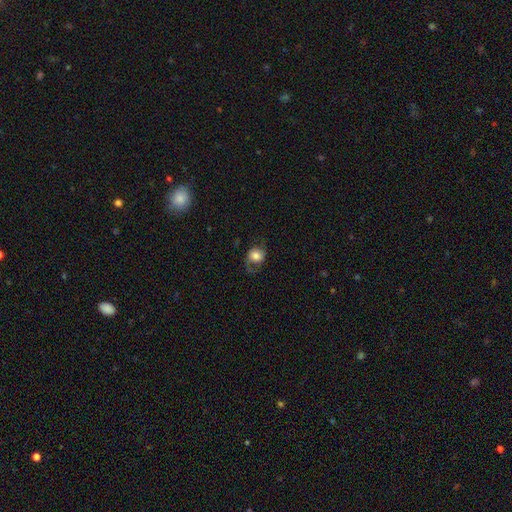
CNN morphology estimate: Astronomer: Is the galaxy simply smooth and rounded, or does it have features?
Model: smooth — 57% (runner-up: featured or disk, 34%).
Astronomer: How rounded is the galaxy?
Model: round — 65%.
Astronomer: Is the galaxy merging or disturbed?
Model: none — 56%.